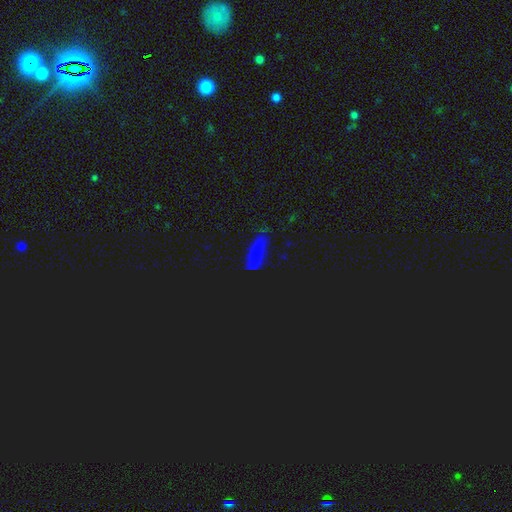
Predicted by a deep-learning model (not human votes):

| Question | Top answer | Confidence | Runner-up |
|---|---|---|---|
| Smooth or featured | smooth | 60% | star or artifact (30%) |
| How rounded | in between | 60% | cigar-shaped (35%) |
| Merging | none | 62% | minor disturbance (26%) |